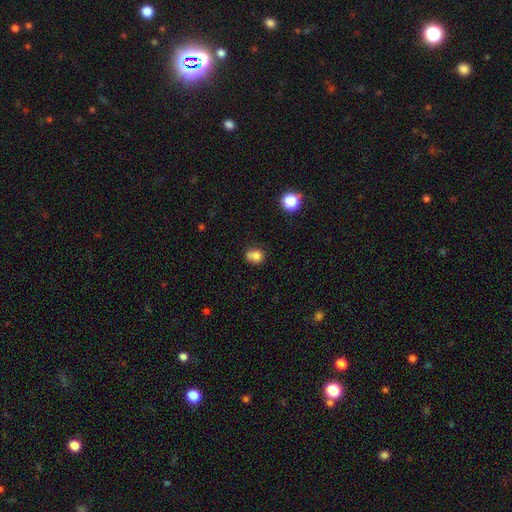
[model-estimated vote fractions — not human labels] Overall: smooth (77%). How rounded: round (66%; in between 34%). Merging: none (45%; merger 28%).